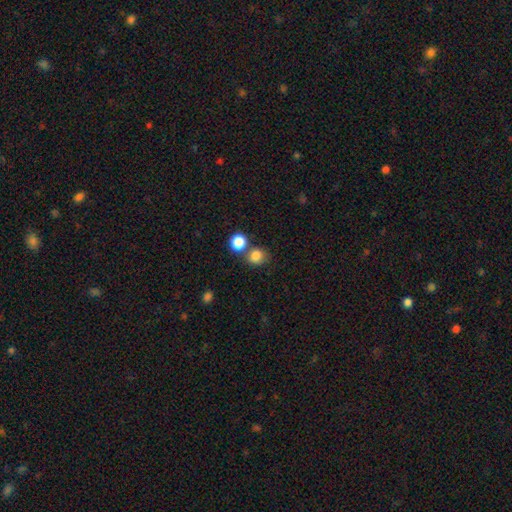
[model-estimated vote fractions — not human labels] smooth_or_featured: smooth (p=0.83) [alt: star or artifact p=0.11]
how_rounded: round (p=0.79) [alt: in between p=0.20]
merging: none (p=0.58) [alt: merger p=0.28]